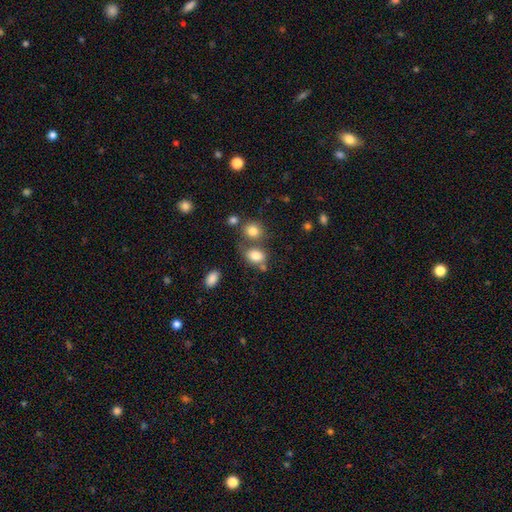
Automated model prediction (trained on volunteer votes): Smooth or featured? smooth (81%)
How rounded? in between (62%)
Merging? none (50%)